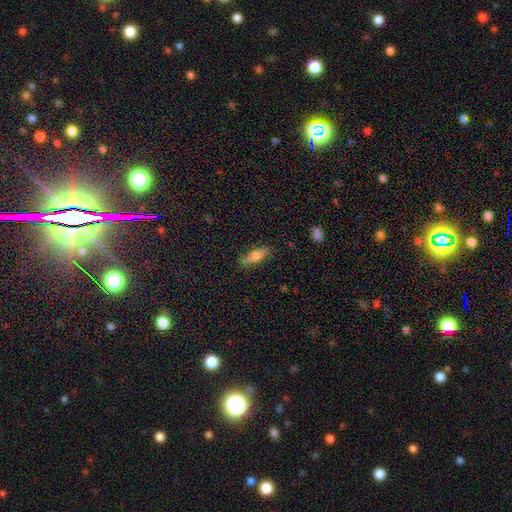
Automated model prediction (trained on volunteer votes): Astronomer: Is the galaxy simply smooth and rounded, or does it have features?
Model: smooth — 66%.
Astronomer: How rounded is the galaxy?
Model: in between — 51% (runner-up: cigar-shaped, 46%).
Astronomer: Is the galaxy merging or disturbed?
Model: none — 84%.